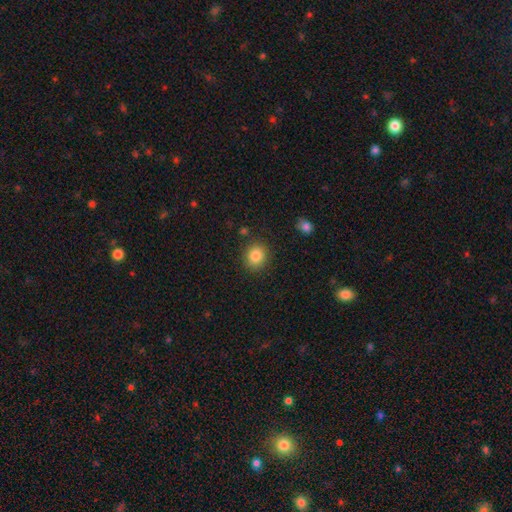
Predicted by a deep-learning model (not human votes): This is clearly a smooth galaxy (85%). How rounded: clearly round (80%). Merging: clearly none (87%).